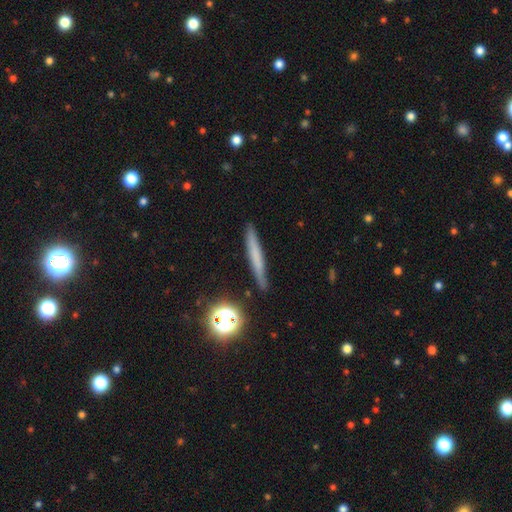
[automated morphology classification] The model was most divided on "smooth or featured": smooth: 56%, featured or disk: 32%, star or artifact: 12%. More confident: how rounded — cigar-shaped (93%); merging — none (87%).